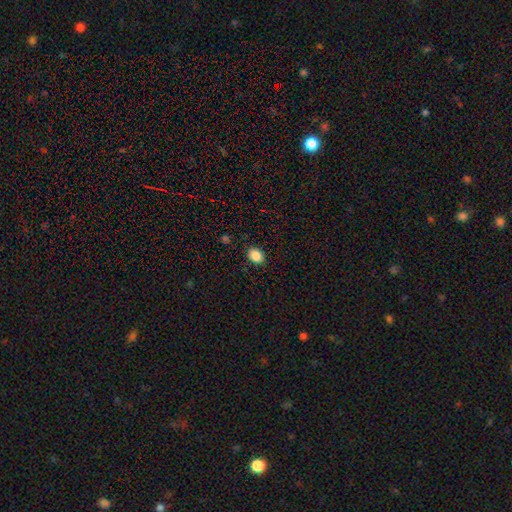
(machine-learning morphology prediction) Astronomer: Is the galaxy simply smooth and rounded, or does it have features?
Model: smooth — 87%.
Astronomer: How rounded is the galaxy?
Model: in between — 62% (runner-up: round, 37%).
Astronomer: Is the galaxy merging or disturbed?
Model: none — 89%.